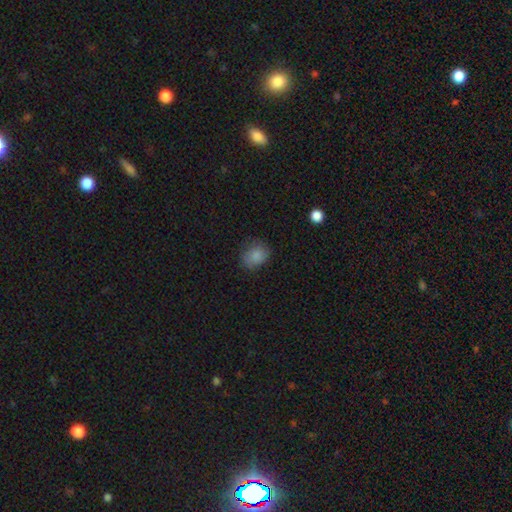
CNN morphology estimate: type=smooth (85%); roundness=round (55%); merging=none (75%).